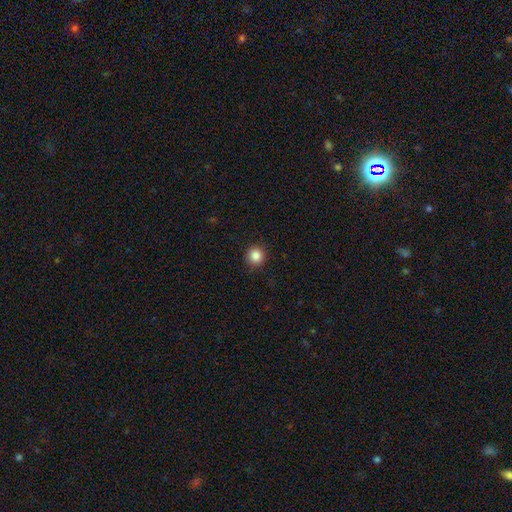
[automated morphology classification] Q: Smooth or featured?
A: smooth (86%); runner-up: star or artifact (11%)
Q: How rounded?
A: round (95%); runner-up: in between (4%)
Q: Merging?
A: none (92%); runner-up: minor disturbance (5%)